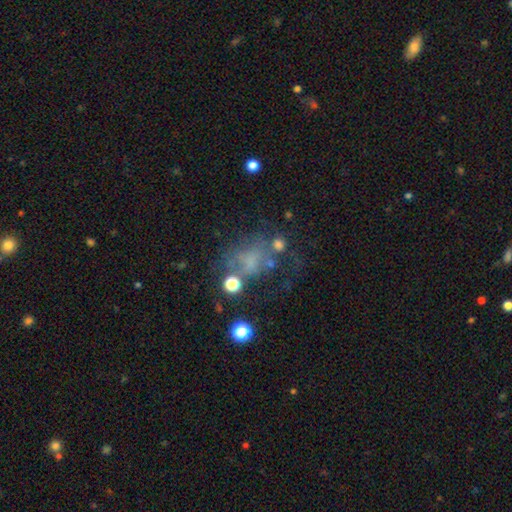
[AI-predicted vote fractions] Smooth or featured?
  - featured or disk: 41% *
  - star or artifact: 35%
  - smooth: 23%
Merging?
  - none: 39% *
  - major disturbance: 31%
  - minor disturbance: 17%
  - merger: 13%